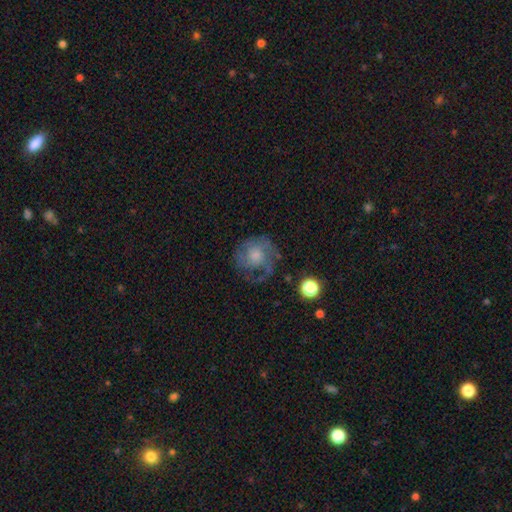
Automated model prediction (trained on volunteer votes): Smooth or featured: featured or disk — 62% (smooth — 28%)
Edge-on disk: no — 97% (yes — 3%)
Bar: no — 80% (weak — 18%)
Spiral arms: yes — 82% (no — 18%)
Bulge size: moderate — 48% (small — 30%)
Merging: none — 63% (minor disturbance — 19%)